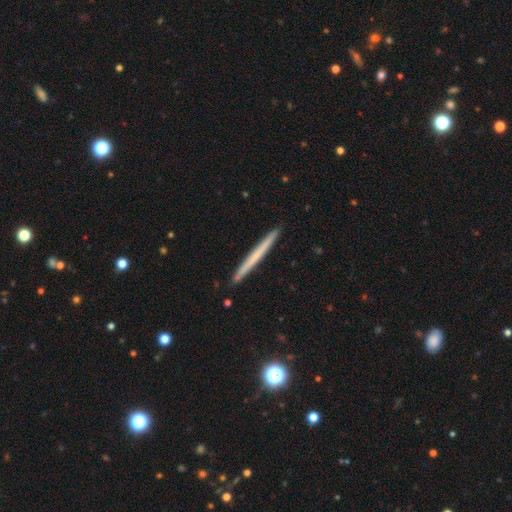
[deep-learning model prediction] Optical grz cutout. It shows a smooth galaxy with no disk features (52%) that is cigar-shaped (97%). Merging: none (92%).